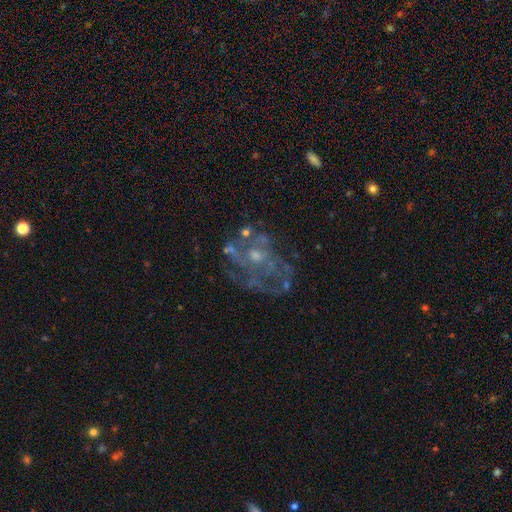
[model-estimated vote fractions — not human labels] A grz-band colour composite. It shows a featured or disk galaxy (75%) with no bar (82%), no spiral arms (51%) and a small central bulge (52%). Merging: none (53%).